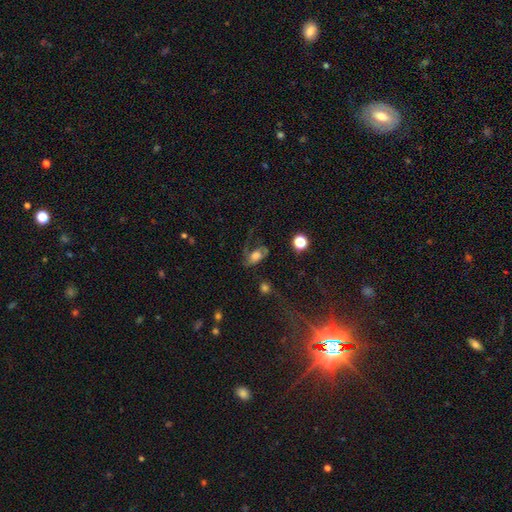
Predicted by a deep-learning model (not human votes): A featured or disk galaxy (47%). Merging: major disturbance (40%).